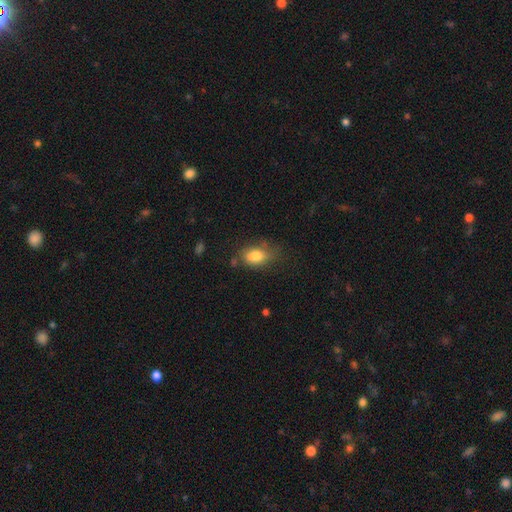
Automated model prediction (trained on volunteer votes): Smooth or featured: smooth — 80% (featured or disk — 11%)
How rounded: in between — 83% (round — 15%)
Merging: none — 58% (minor disturbance — 27%)